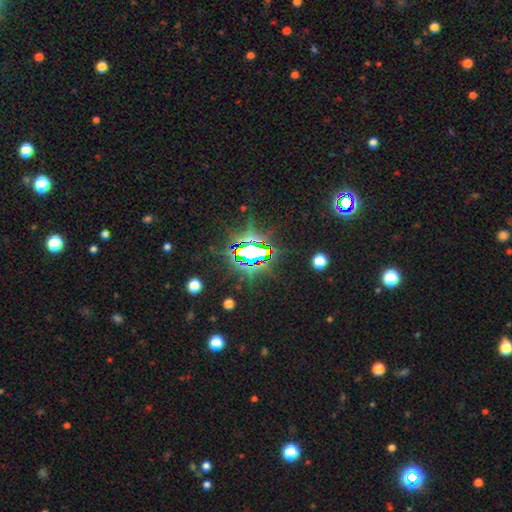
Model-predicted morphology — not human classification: A star or artifact, not a galaxy (79%).

Vote fractions:
- Smooth or featured? star or artifact: 79% / smooth: 11% / featured or disk: 10%